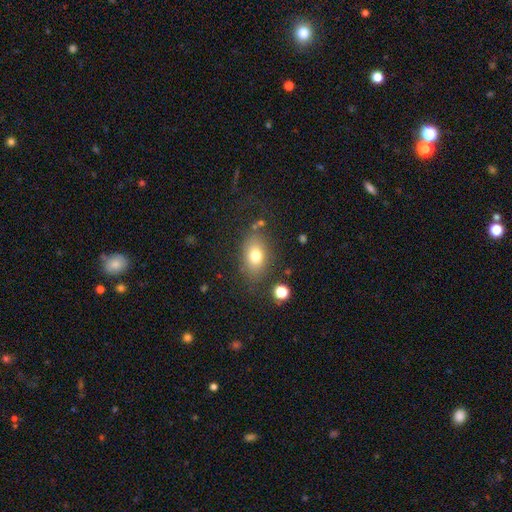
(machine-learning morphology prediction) Smooth or featured?
  - smooth: 75% *
  - featured or disk: 14%
  - star or artifact: 11%
How rounded?
  - in between: 80% *
  - round: 19%
  - cigar-shaped: 2%
Merging?
  - none: 75% *
  - minor disturbance: 15%
  - major disturbance: 6%
  - merger: 4%